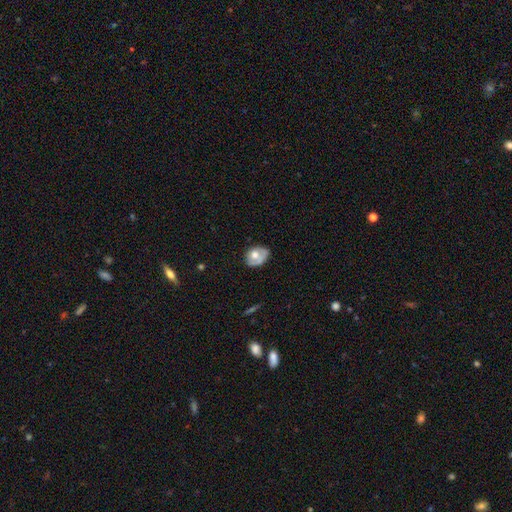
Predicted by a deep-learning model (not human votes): smooth_or_featured: smooth (p=0.57) [alt: featured or disk p=0.36]
how_rounded: in between (p=0.61) [alt: round p=0.38]
merging: none (p=0.49) [alt: minor disturbance p=0.33]